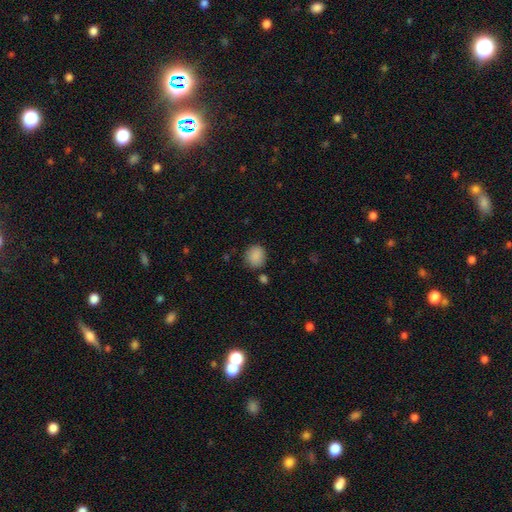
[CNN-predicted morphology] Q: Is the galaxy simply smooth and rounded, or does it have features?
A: smooth — 88%.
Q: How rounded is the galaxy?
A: round — 81%.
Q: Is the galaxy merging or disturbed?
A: none — 79%.